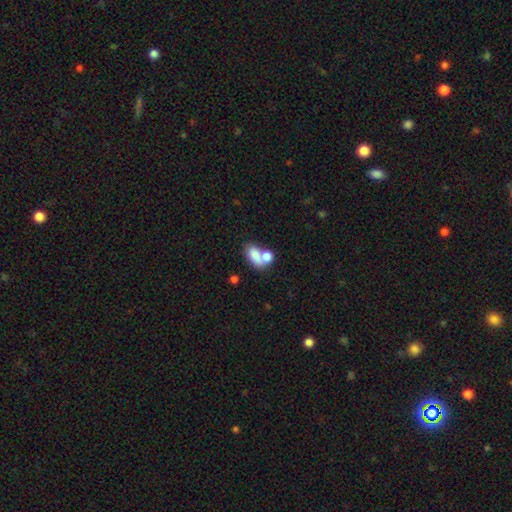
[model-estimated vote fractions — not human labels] Overall: smooth (75%). How rounded: in between (83%). Merging: merger (55%; none 28%).